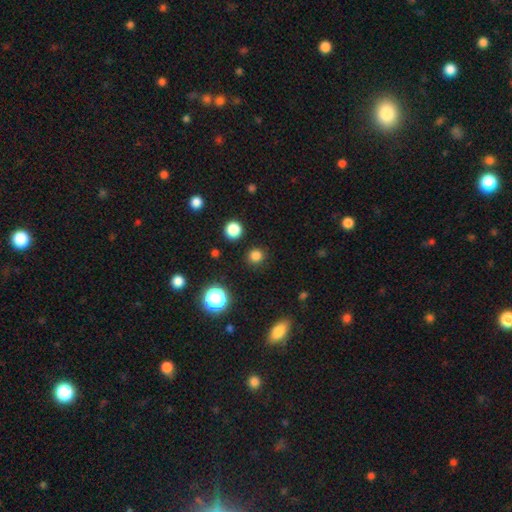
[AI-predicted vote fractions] The model was most divided on "smooth or featured": smooth: 79%, star or artifact: 17%, featured or disk: 3%. More confident: how rounded — round (92%); merging — none (89%).